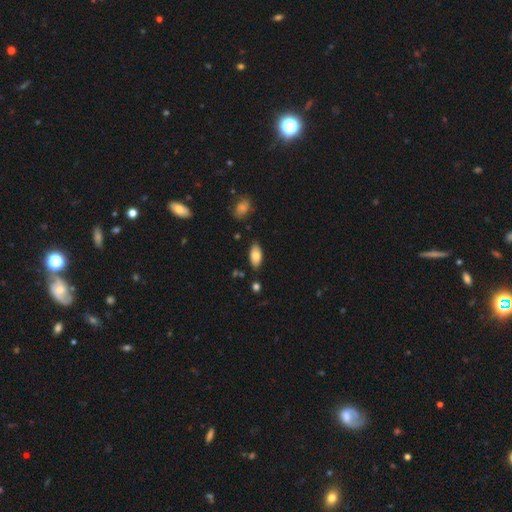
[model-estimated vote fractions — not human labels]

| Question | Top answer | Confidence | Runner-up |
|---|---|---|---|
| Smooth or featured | smooth | 77% | featured or disk (16%) |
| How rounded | in between | 92% | cigar-shaped (5%) |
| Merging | none | 83% | minor disturbance (12%) |